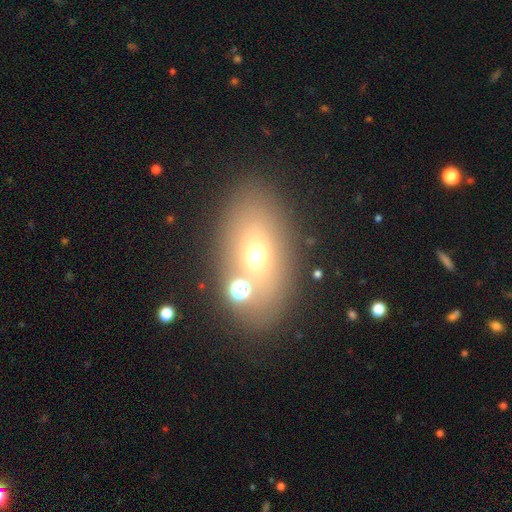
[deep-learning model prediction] Overall: smooth (60%; featured or disk 20%). How rounded: in between (74%). Merging: none (68%).